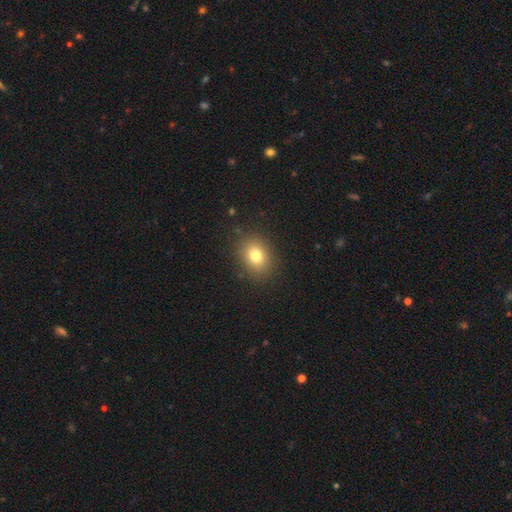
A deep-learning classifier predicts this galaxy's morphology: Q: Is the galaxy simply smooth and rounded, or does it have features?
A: smooth — 78%.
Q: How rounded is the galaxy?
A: round — 53%.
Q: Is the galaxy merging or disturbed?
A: none — 88%.